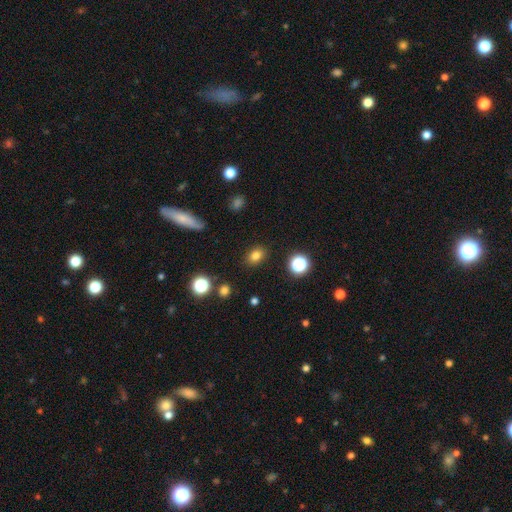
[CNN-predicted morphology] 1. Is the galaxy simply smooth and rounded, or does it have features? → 80% smooth, 14% star or artifact, 7% featured or disk.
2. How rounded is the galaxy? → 66% in between, 32% round, 1% cigar-shaped.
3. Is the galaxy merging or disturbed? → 87% none, 9% minor disturbance, 3% major disturbance, 2% merger.